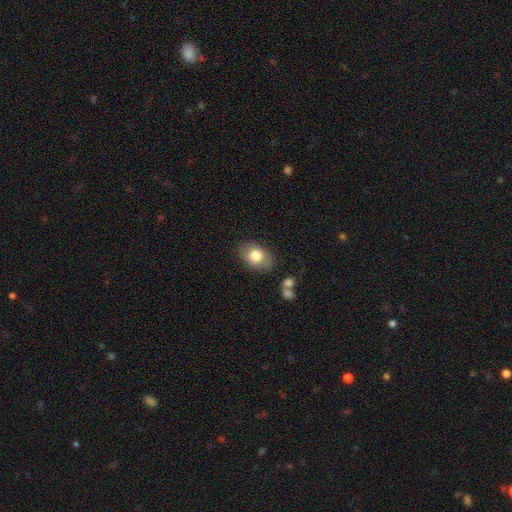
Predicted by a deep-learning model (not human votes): This appears to be a smooth galaxy with no disk features (76%) that is in between round and cigar-shaped (75%). Merging: none (81%).